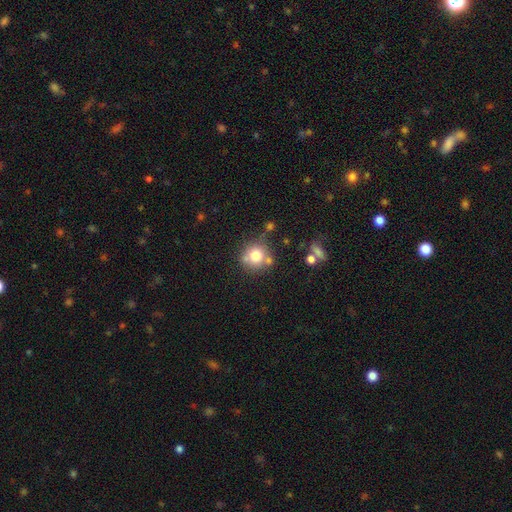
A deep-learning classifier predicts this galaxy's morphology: This is likely a smooth galaxy (74%). How rounded: clearly round (89%). Merging: likely none (63%).